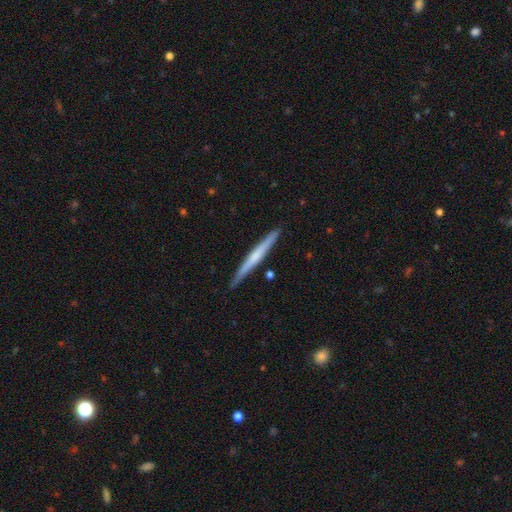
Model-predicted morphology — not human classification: Overall: featured or disk (53%; smooth 42%). Edge-on disk: yes (97%). Edge-on bulge: none (56%; rounded 35%). Merging: none (90%).